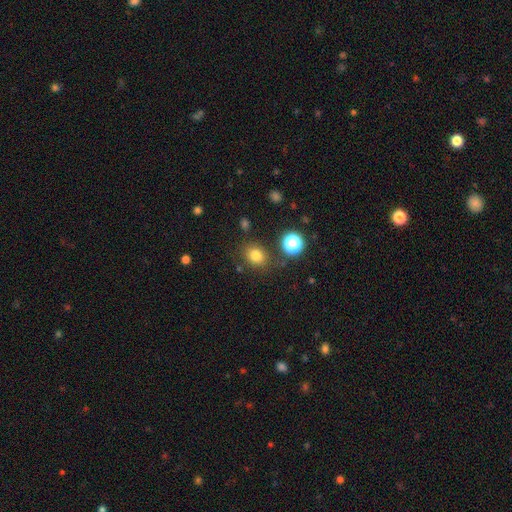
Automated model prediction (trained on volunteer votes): Smooth or featured: smooth — 78% (star or artifact — 16%)
How rounded: round — 62% (in between — 37%)
Merging: none — 80% (minor disturbance — 11%)